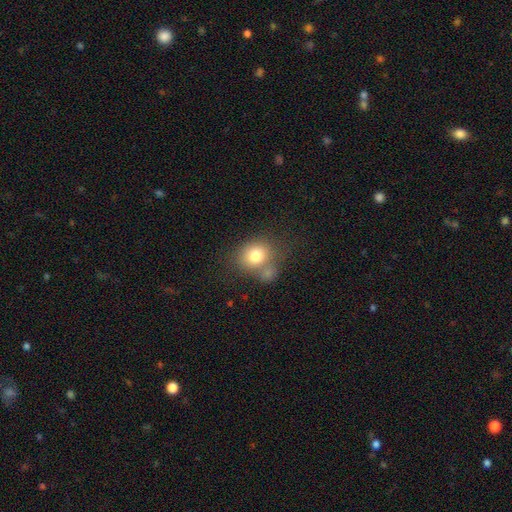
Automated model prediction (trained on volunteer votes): The model was most divided on "merging": none: 48%, merger: 30%, minor disturbance: 15%, major disturbance: 7%. More confident: smooth or featured — smooth (77%); how rounded — round (65%).